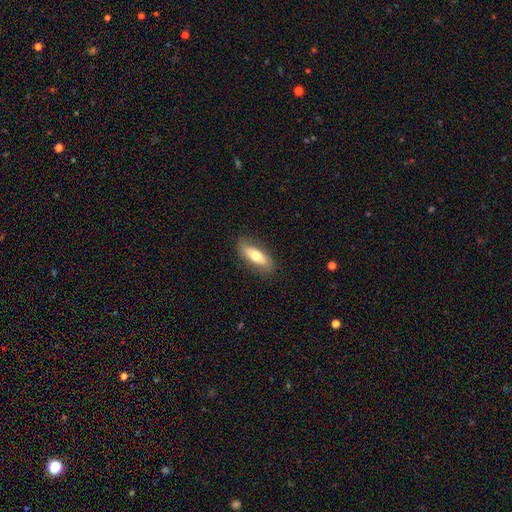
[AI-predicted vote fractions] Smooth or featured?
  - smooth: 66% *
  - featured or disk: 28%
  - star or artifact: 6%
How rounded?
  - in between: 63% *
  - cigar-shaped: 34%
  - round: 3%
Merging?
  - none: 83% *
  - minor disturbance: 13%
  - major disturbance: 3%
  - merger: 1%